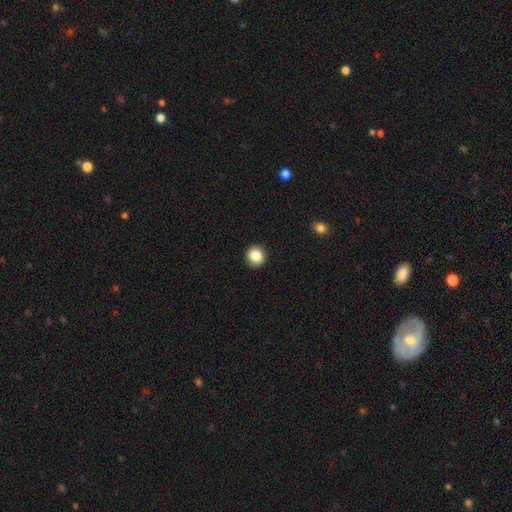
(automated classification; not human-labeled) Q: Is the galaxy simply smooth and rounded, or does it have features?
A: smooth — 87%.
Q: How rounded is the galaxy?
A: round — 91%.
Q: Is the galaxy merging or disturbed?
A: none — 91%.